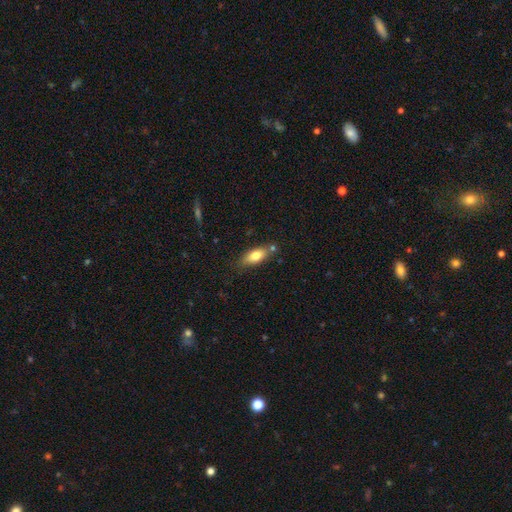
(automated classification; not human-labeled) This appears to be a smooth galaxy with no disk features (78%) that is in between round and cigar-shaped (80%). Merging: none (71%).